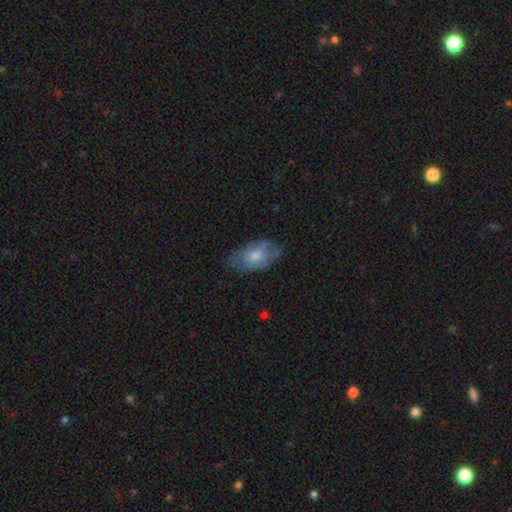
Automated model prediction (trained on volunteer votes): smooth_or_featured: smooth (p=0.64) [alt: featured or disk p=0.29]
how_rounded: in between (p=0.92) [alt: round p=0.06]
merging: none (p=0.63) [alt: minor disturbance p=0.27]